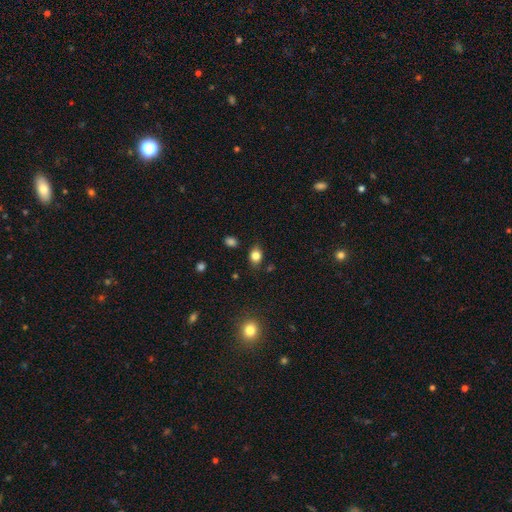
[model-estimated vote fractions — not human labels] smooth-or-featured: smooth: 82% | star or artifact: 11% | featured or disk: 7%
  how-rounded: in between: 57% | round: 42% | cigar-shaped: 1%
  merging: none: 78% | minor disturbance: 16% | major disturbance: 3% | merger: 2%